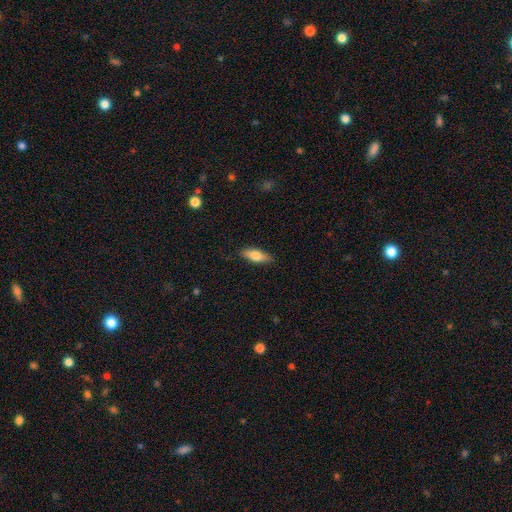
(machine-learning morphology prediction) The model was most divided on "how rounded": in between: 67%, cigar-shaped: 30%, round: 3%. More confident: merging — none (87%); smooth or featured — smooth (73%).